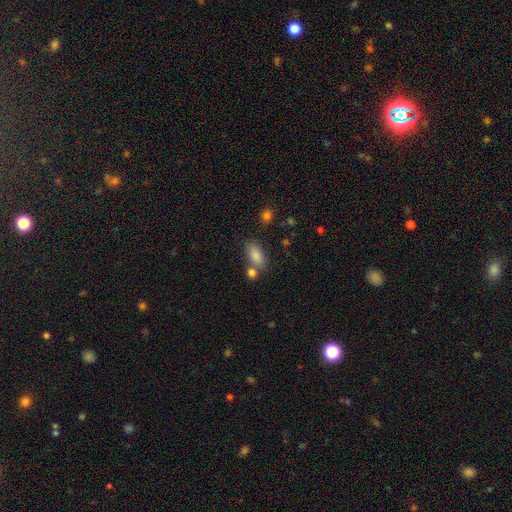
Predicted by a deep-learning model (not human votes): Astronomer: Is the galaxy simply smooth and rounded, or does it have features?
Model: smooth — 85%.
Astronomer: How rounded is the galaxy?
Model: in between — 88%.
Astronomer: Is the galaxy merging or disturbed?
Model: none — 59%.